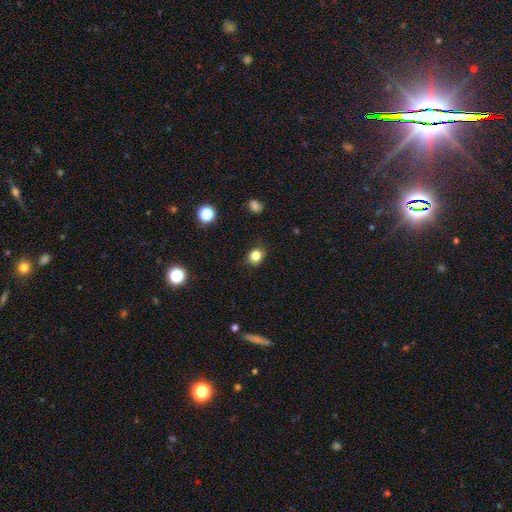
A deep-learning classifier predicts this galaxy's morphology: A smooth galaxy with no disk features (82%) that is round (71%). Merging: none (85%).